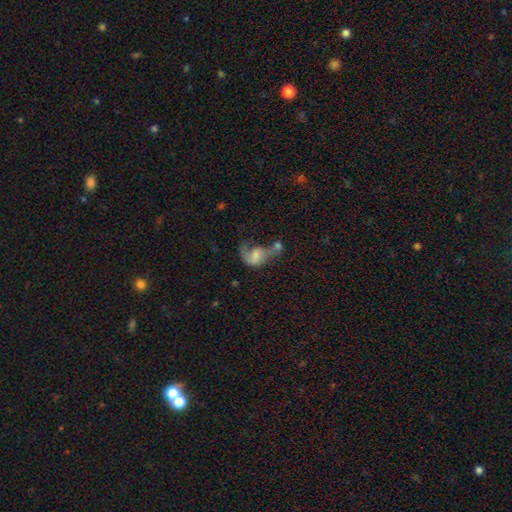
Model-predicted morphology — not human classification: Smooth or featured? Predicted: smooth (p=0.47). Merging? Predicted: merger (p=0.39).